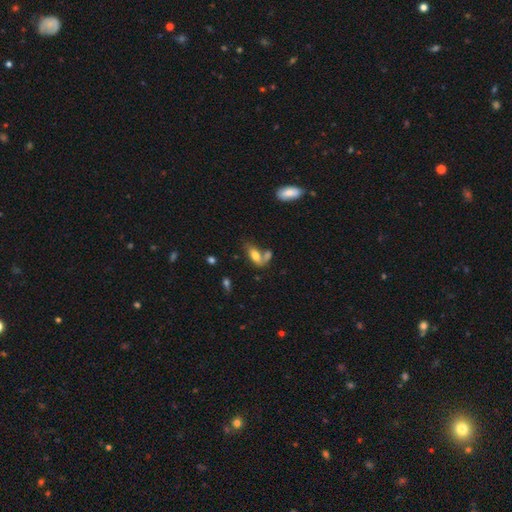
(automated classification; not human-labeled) Smooth or featured: smooth — 70% (featured or disk — 21%)
How rounded: in between — 83% (cigar-shaped — 12%)
Merging: merger — 41% (none — 34%)